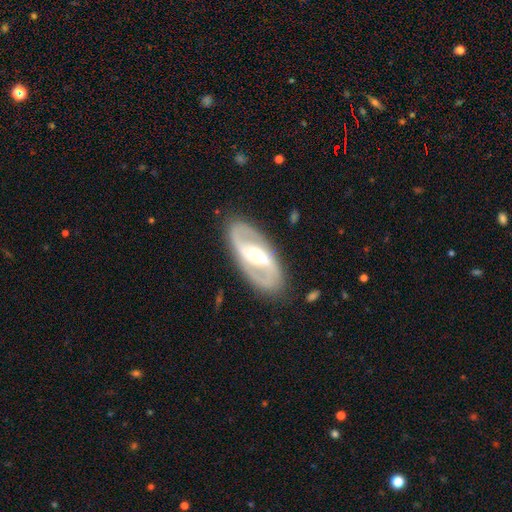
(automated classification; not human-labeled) smooth-or-featured: featured or disk: 83% | smooth: 13% | star or artifact: 5%
  disk-edge-on: no: 93% | yes: 7%
    bar: strong: 44% | weak: 36% | no: 20%
    has-spiral-arms: yes: 84% | no: 16%
      spiral-winding: medium: 48% | loose: 29% | tight: 23%
      spiral-arm-count: 2: 89% | can't tell: 6% | 1: 2% | 3: 1% | 4: 1% | more than 4: 1%
    bulge-size: moderate: 58% | small: 30% | large: 9% | none: 1% | dominant: 1%
  merging: none: 85% | minor disturbance: 10% | major disturbance: 4% | merger: 1%